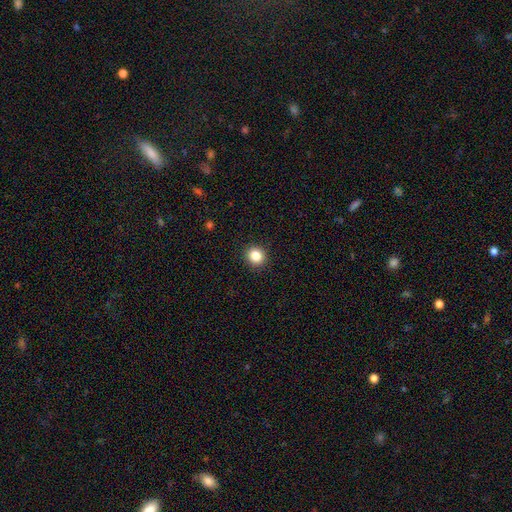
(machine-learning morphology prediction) Q: Smooth or featured?
A: smooth (84%); runner-up: star or artifact (11%)
Q: How rounded?
A: round (87%); runner-up: in between (12%)
Q: Merging?
A: none (92%); runner-up: minor disturbance (5%)